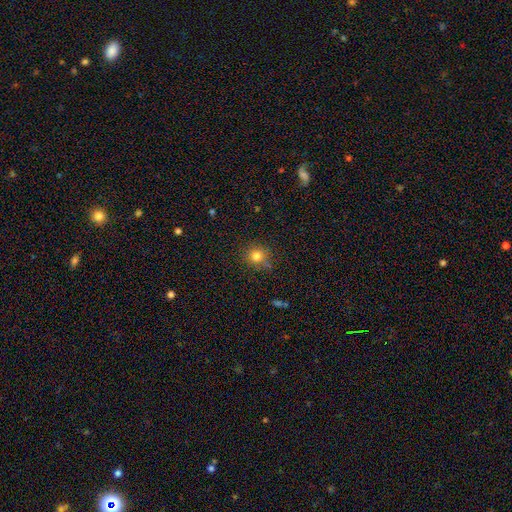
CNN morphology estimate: smooth-or-featured: smooth: 80% | star or artifact: 13% | featured or disk: 7%
  how-rounded: round: 90% | in between: 9% | cigar-shaped: 1%
  merging: none: 81% | minor disturbance: 12% | merger: 3% | major disturbance: 3%